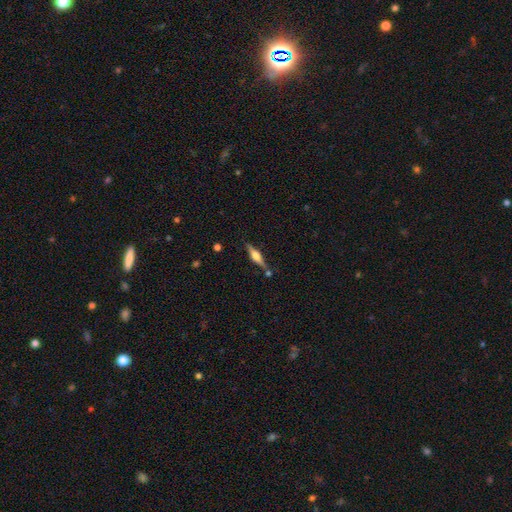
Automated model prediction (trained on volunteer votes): Smooth or featured? featured or disk (69%)
Edge-on disk? yes (97%)
Edge-on bulge? rounded (89%)
Merging? none (78%)